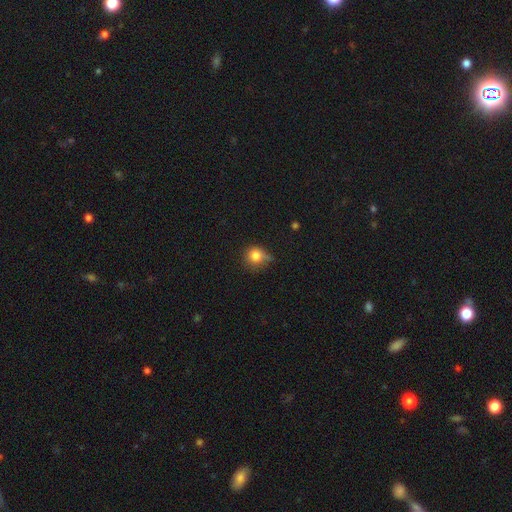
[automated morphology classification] This is likely a smooth galaxy (79%). How rounded: clearly round (83%). Merging: possibly none (49%).